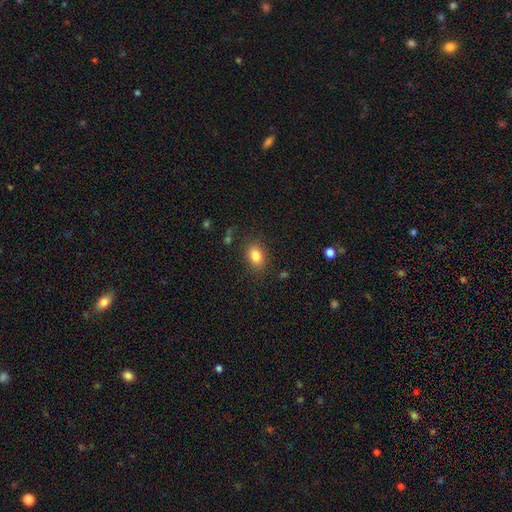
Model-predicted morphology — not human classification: type=smooth (83%); roundness=in between (78%); merging=none (84%).